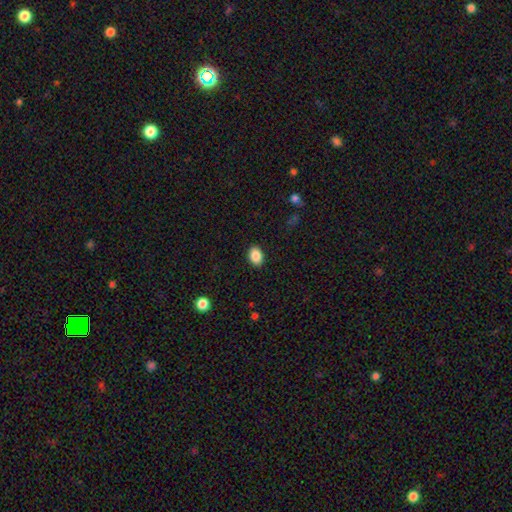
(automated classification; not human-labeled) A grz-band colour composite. It shows a smooth galaxy with no disk features (88%) that is in between round and cigar-shaped (79%). Merging: none (90%).